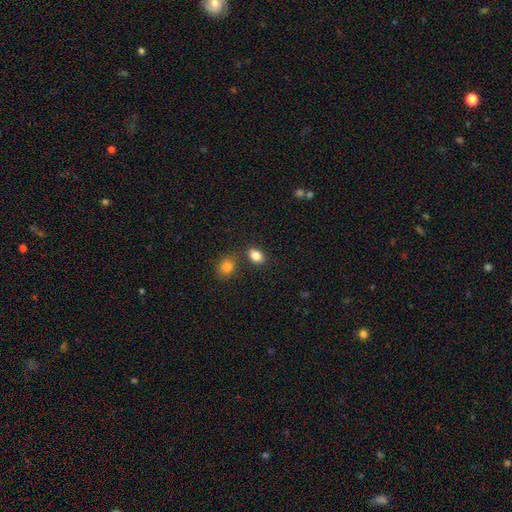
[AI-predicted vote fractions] Smooth or featured? smooth (84%)
How rounded? in between (80%)
Merging? none (73%)